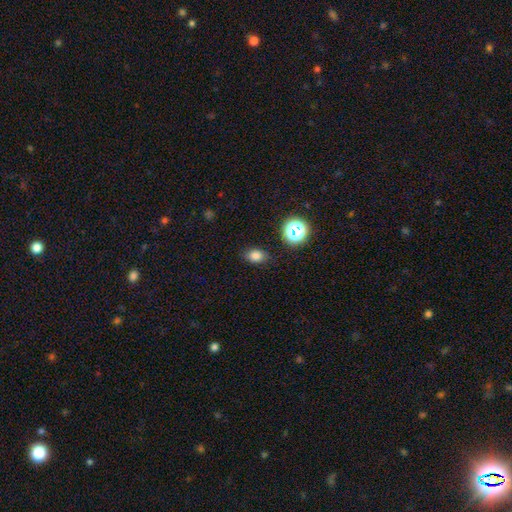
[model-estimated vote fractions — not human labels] A smooth galaxy with no disk features (78%) that is in between round and cigar-shaped (71%).

Vote fractions:
- Smooth or featured? smooth: 78% / star or artifact: 16% / featured or disk: 7%
- How rounded? in between: 71% / round: 27% / cigar-shaped: 1%
- Merging? none: 84% / minor disturbance: 12% / major disturbance: 3% / merger: 2%